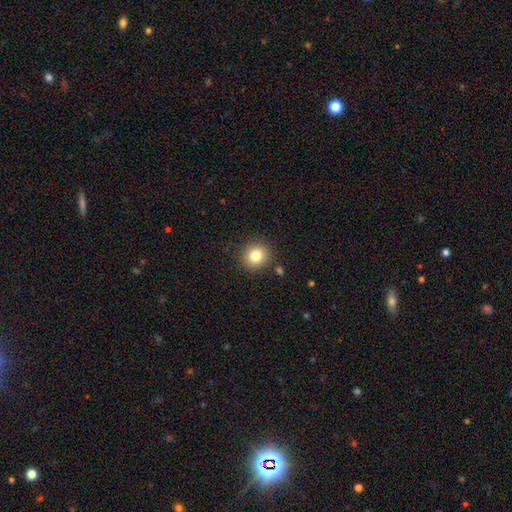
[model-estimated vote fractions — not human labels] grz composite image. It shows a smooth galaxy with no disk features (80%) that is round (89%). Merging: none (88%).